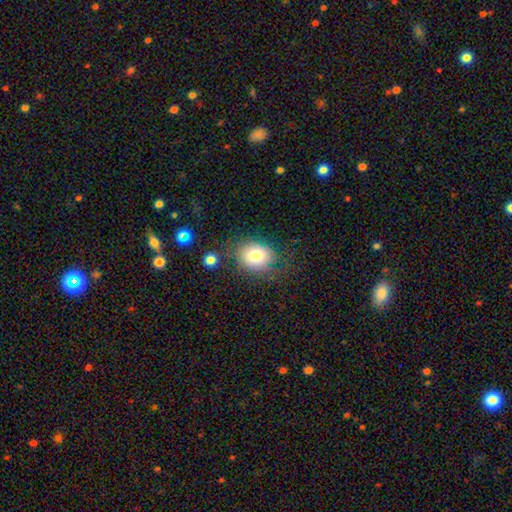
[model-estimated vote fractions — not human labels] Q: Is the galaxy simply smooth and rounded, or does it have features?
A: smooth — 75%.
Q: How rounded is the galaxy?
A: round — 60%.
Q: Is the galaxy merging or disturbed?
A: none — 66%.